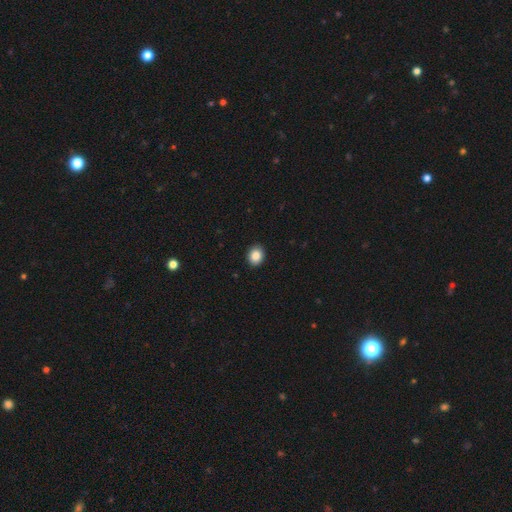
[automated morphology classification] Smooth or featured? Predicted: smooth (p=0.87). How rounded? Predicted: round (p=0.67). Merging? Predicted: none (p=0.91).